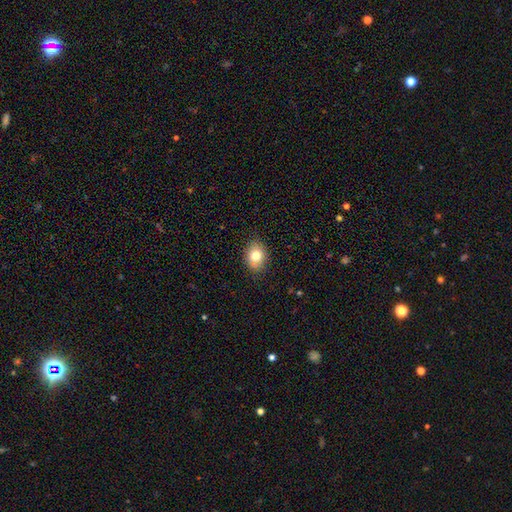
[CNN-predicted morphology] A smooth galaxy with no disk features (79%) that is in between round and cigar-shaped (64%).

Vote fractions:
- Smooth or featured? smooth: 79% / featured or disk: 12% / star or artifact: 9%
- How rounded? in between: 64% / round: 34% / cigar-shaped: 1%
- Merging? none: 86% / minor disturbance: 11% / major disturbance: 2% / merger: 1%